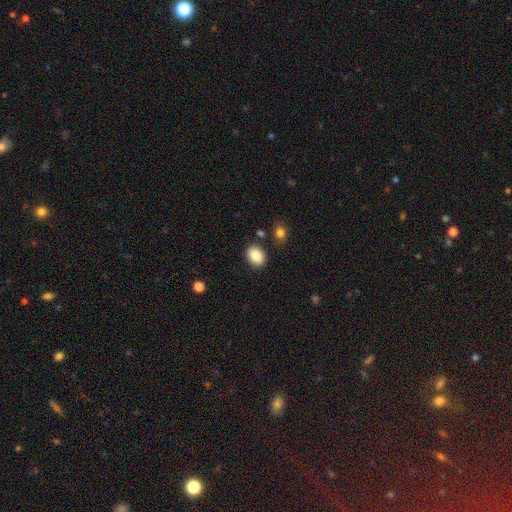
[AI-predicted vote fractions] Morphology: type=smooth (86%); roundness=in between (58%); merging=none (85%).